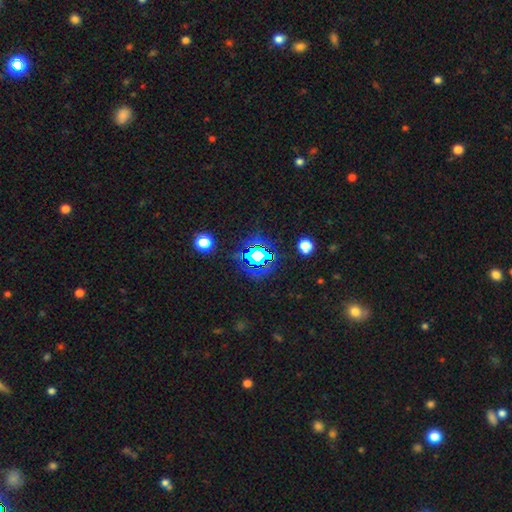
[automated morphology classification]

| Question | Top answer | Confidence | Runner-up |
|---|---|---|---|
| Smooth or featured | star or artifact | 69% | smooth (19%) |